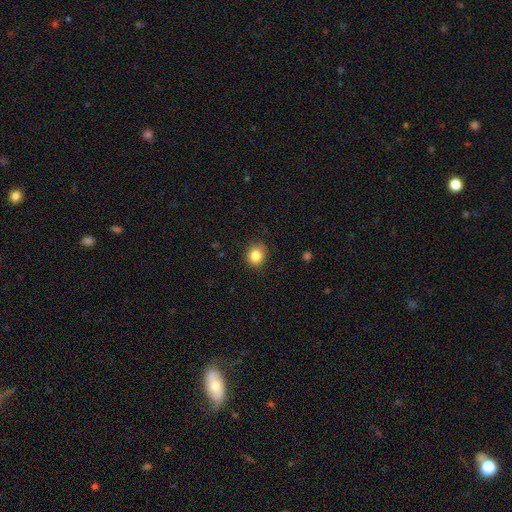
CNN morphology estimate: The model was most divided on "how rounded": round: 71%, in between: 28%, cigar-shaped: 1%. More confident: merging — none (85%); smooth or featured — smooth (85%).